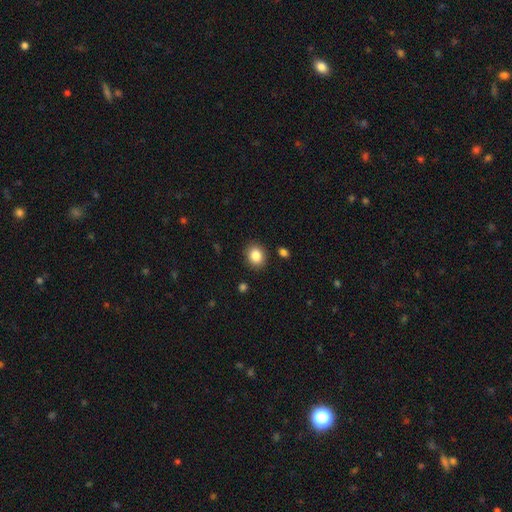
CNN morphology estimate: The model was most divided on "how rounded": round: 63%, in between: 36%, cigar-shaped: 1%. More confident: merging — none (88%); smooth or featured — smooth (85%).